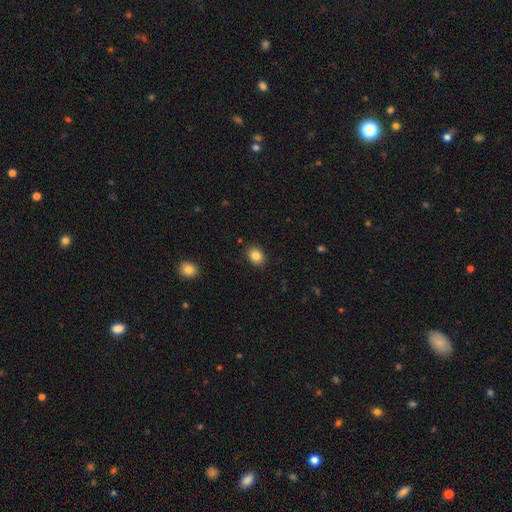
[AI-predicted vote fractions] Overall: smooth (85%). How rounded: in between (56%; round 44%). Merging: none (89%).